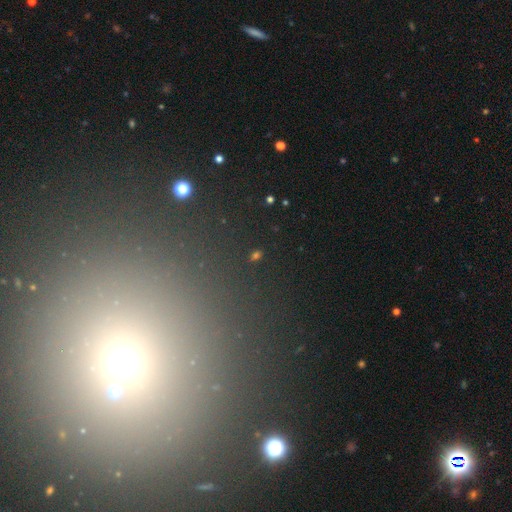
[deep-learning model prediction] Overall: star or artifact (48%; smooth 41%).